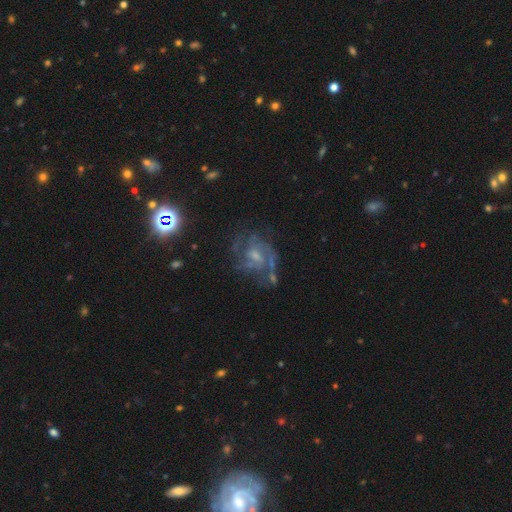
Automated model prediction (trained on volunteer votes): A featured or disk galaxy (78%) with no bar (47%), medium (47%) spiral arms (88%) and a small central bulge (44%).

Vote fractions:
- Smooth or featured? featured or disk: 78% / star or artifact: 11% / smooth: 10%
- Edge-on disk? no: 97% / yes: 3%
- Bar? no: 47% / weak: 45% / strong: 9%
- Spiral arms? yes: 88% / no: 12%
- Spiral winding? medium: 47% / tight: 36% / loose: 17%
- Spiral arm count? can't tell: 31% / 2: 26% / 3: 24% / 4: 8% / 1: 6% / more than 4: 5%
- Bulge size? small: 44% / moderate: 39% / none: 12% / large: 4% / dominant: 1%
- Merging? none: 55% / major disturbance: 20% / minor disturbance: 19% / merger: 6%